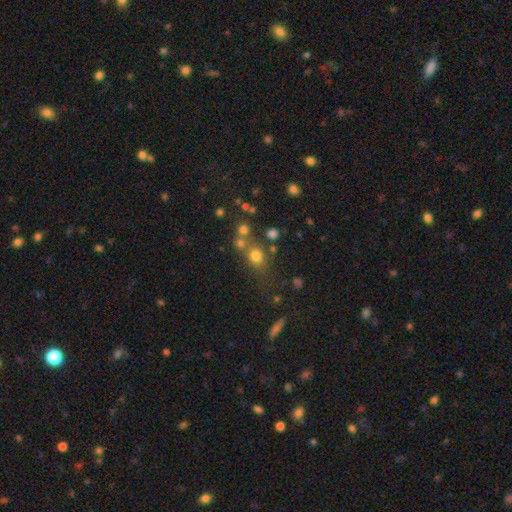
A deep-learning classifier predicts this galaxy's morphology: smooth_or_featured: smooth (p=0.68) [alt: star or artifact p=0.19]
how_rounded: round (p=0.72) [alt: in between p=0.25]
merging: none (p=0.57) [alt: merger p=0.25]